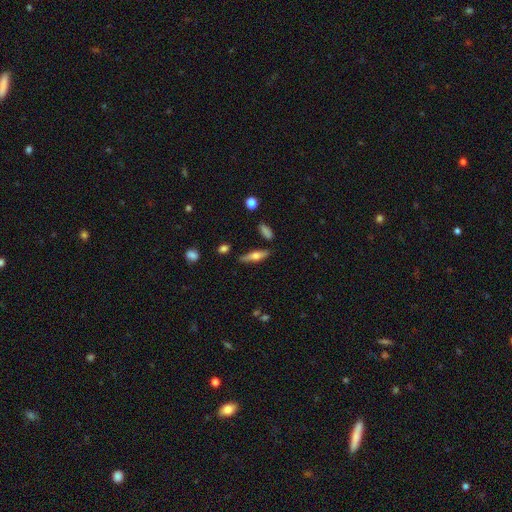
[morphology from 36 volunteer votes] Q: Smooth or featured?
A: featured or disk (53%); runner-up: smooth (44%)
Q: Edge-on disk?
A: yes (100%)
Q: Edge-on bulge?
A: rounded (95%); runner-up: boxy (5%)
Q: Merging?
A: none (71%); runner-up: minor disturbance (23%)